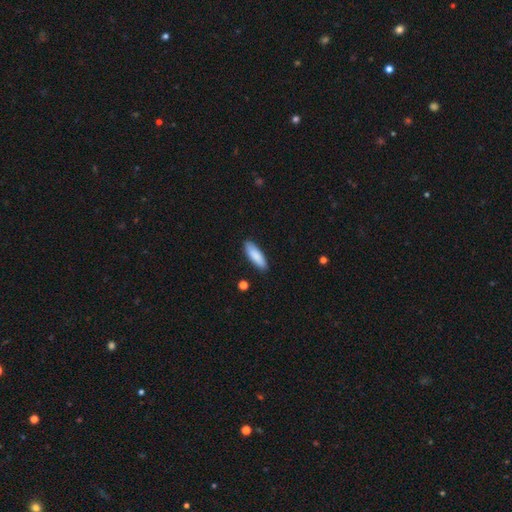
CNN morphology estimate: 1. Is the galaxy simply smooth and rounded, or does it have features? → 88% smooth, 7% featured or disk, 5% star or artifact.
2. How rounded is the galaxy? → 54% in between, 44% cigar-shaped, 1% round.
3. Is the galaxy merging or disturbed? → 87% none, 9% minor disturbance, 2% major disturbance, 1% merger.